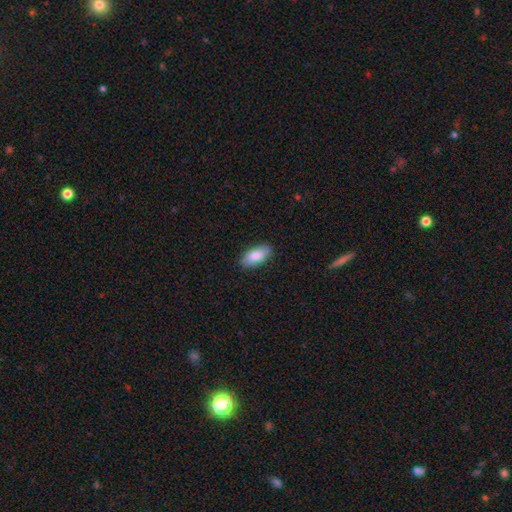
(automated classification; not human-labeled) This appears to be a smooth galaxy with no disk features (86%) that is in between round and cigar-shaped (90%). Merging: none (86%).